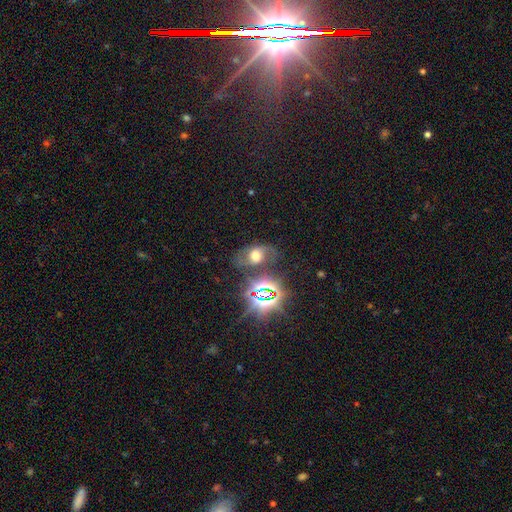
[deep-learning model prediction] smooth_or_featured: featured or disk (p=0.40) [alt: smooth p=0.34]
merging: none (p=0.63) [alt: minor disturbance p=0.20]